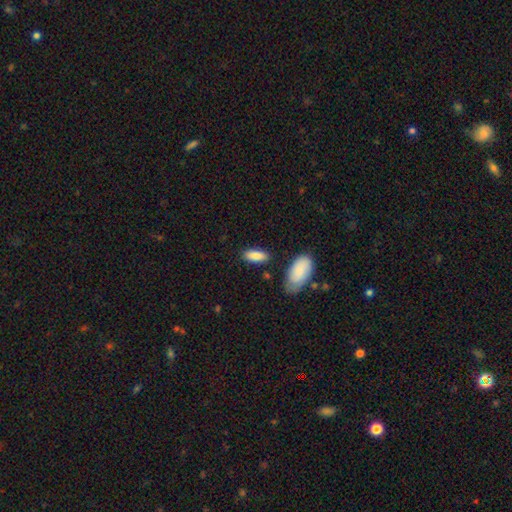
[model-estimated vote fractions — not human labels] This appears to be a smooth galaxy with no disk features (87%) that is in between round and cigar-shaped (80%). Merging: none (79%).